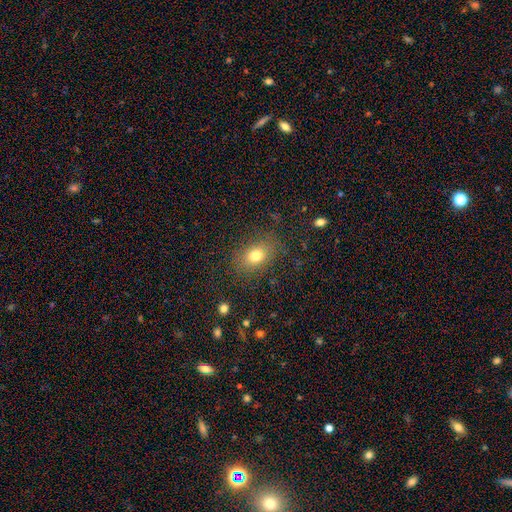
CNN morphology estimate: Q: Smooth or featured?
A: smooth (76%); runner-up: star or artifact (13%)
Q: How rounded?
A: in between (68%); runner-up: round (30%)
Q: Merging?
A: none (81%); runner-up: minor disturbance (12%)